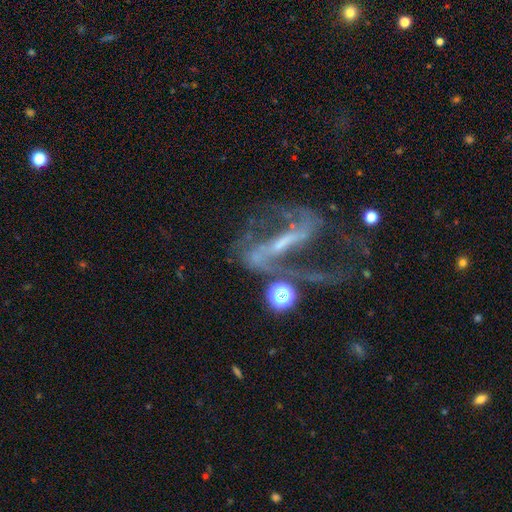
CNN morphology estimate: The model was most divided on "merging": none: 38%, major disturbance: 33%, minor disturbance: 15%, merger: 14%. Remaining: edge-on disk — no (86%); spiral arms — yes (82%); spiral arm count — 2 (82%); smooth or featured — featured or disk (80%); bar — strong (66%); bulge size — small (61%); spiral winding — loose (48%).